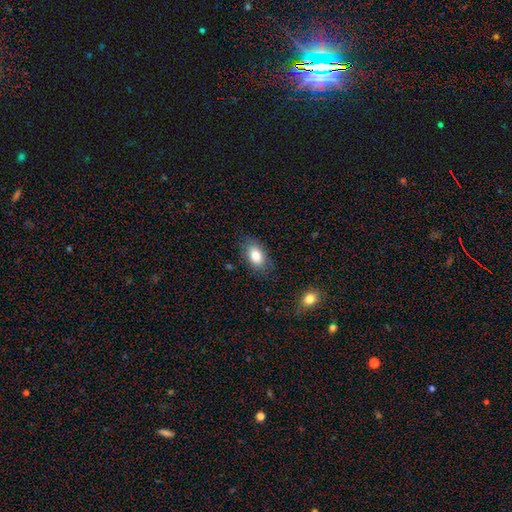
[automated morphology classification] The model was most divided on "merging": none: 80%, minor disturbance: 14%, major disturbance: 4%, merger: 1%. More confident: how rounded — in between (90%); smooth or featured — smooth (82%).